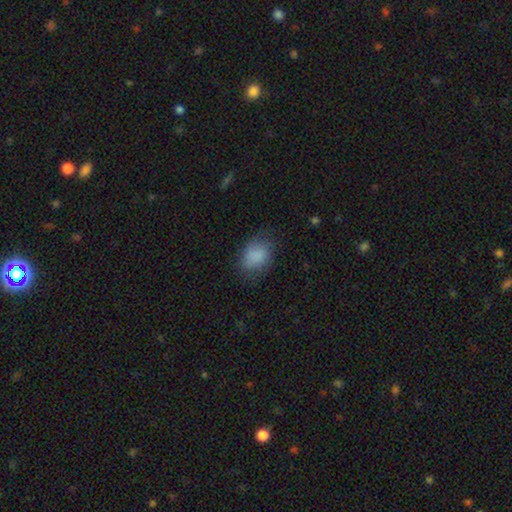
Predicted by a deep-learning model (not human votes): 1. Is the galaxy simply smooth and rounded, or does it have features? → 85% smooth, 8% star or artifact, 7% featured or disk.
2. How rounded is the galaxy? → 67% in between, 32% round, 1% cigar-shaped.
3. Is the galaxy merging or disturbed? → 70% none, 21% minor disturbance, 8% major disturbance, 1% merger.